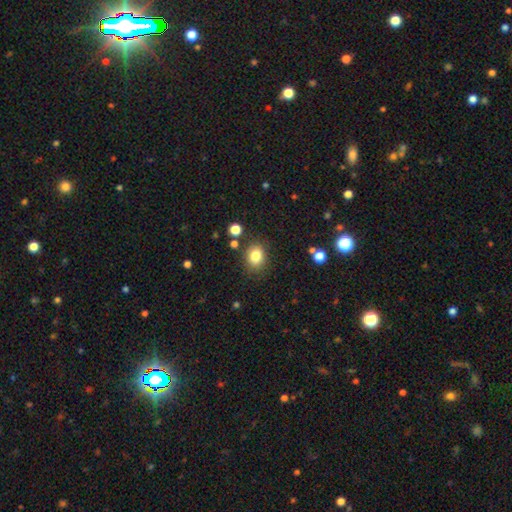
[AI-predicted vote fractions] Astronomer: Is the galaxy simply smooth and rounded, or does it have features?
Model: smooth — 82%.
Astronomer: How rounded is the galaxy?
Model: round — 51% (runner-up: in between, 48%).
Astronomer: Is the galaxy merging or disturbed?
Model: none — 82%.